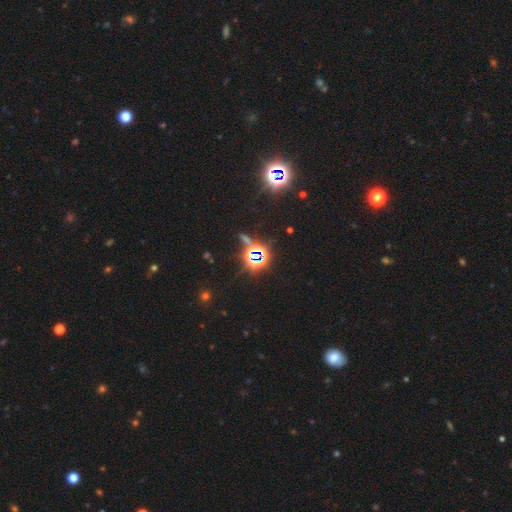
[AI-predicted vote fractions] A star or artifact, not a galaxy (80%).

Vote fractions:
- Smooth or featured? star or artifact: 80% / smooth: 11% / featured or disk: 9%